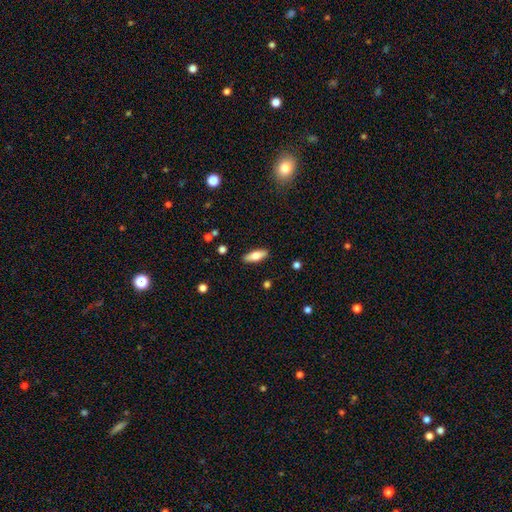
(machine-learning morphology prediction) smooth 70%, featured or disk 24%, star or artifact 6%. Down the decision tree: how rounded — in between (64%); merging — none (88%).